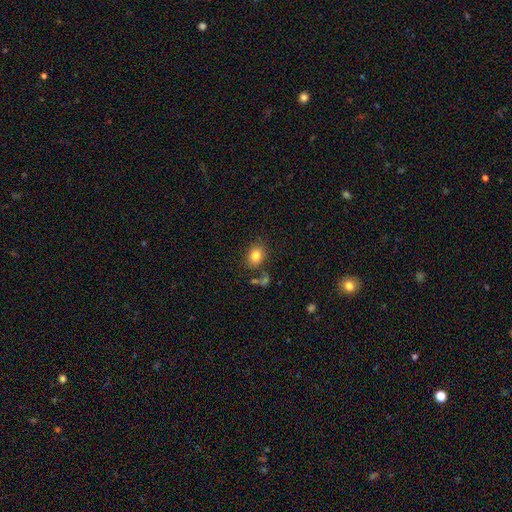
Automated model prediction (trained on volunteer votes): Q: Smooth or featured?
A: smooth (83%); runner-up: star or artifact (10%)
Q: How rounded?
A: in between (52%); runner-up: round (47%)
Q: Merging?
A: none (75%); runner-up: minor disturbance (13%)